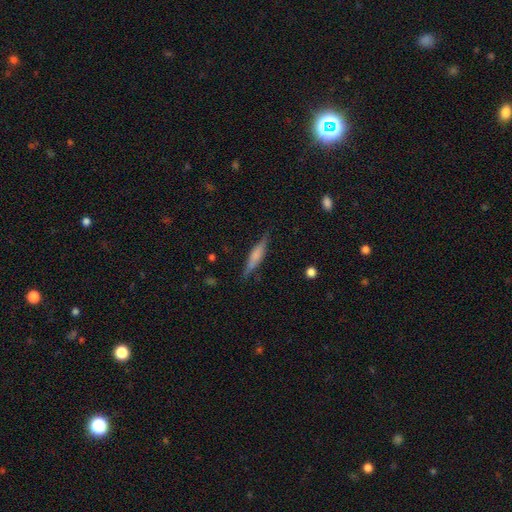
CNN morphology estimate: A smooth galaxy with no disk features (52%) that is cigar-shaped (85%).

Vote fractions:
- Smooth or featured? smooth: 52% / featured or disk: 42% / star or artifact: 7%
- How rounded? cigar-shaped: 85% / in between: 13% / round: 2%
- Merging? none: 84% / minor disturbance: 12% / major disturbance: 3% / merger: 1%